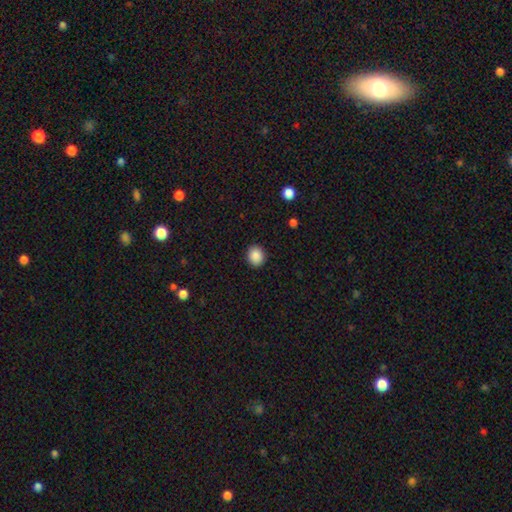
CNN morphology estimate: type=smooth (88%); roundness=round (73%); merging=none (91%).